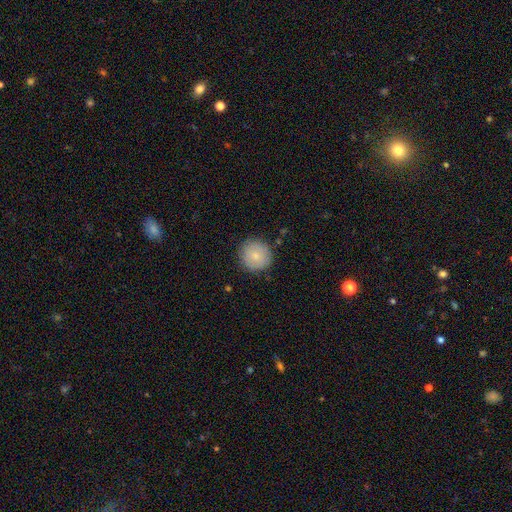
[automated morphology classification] smooth_or_featured: smooth (p=0.82) [alt: featured or disk p=0.11]
how_rounded: round (p=0.93) [alt: in between p=0.06]
merging: none (p=0.87) [alt: minor disturbance p=0.10]